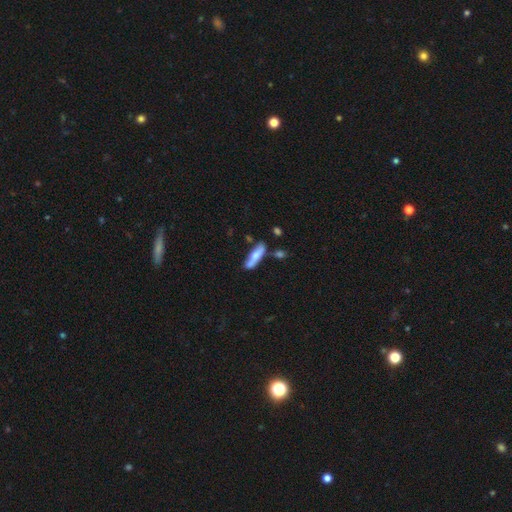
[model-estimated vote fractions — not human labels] The model was most divided on "smooth or featured": smooth: 61%, featured or disk: 33%, star or artifact: 6%. More confident: how rounded — cigar-shaped (68%); merging — none (59%).